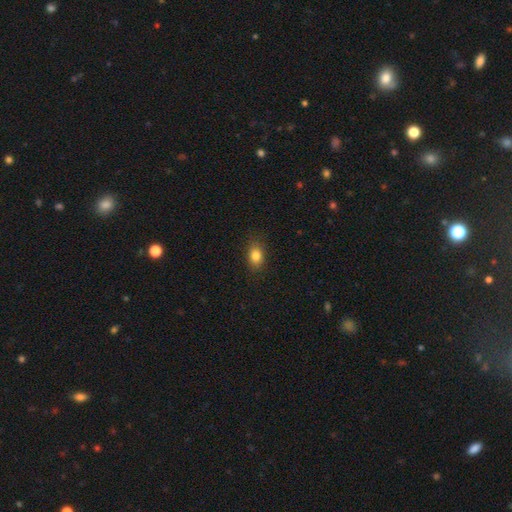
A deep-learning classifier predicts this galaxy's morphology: A smooth galaxy with no disk features (83%) that is in between round and cigar-shaped (72%).

Vote fractions:
- Smooth or featured? smooth: 83% / star or artifact: 10% / featured or disk: 7%
- How rounded? in between: 72% / round: 26% / cigar-shaped: 2%
- Merging? none: 84% / minor disturbance: 12% / major disturbance: 3% / merger: 1%